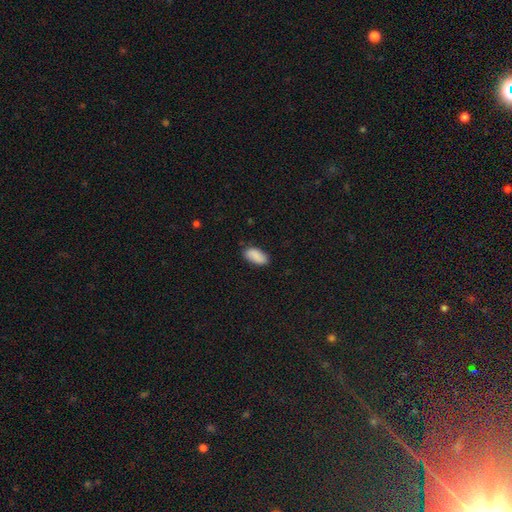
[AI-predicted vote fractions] This is clearly a smooth galaxy (88%). How rounded: clearly in between (92%). Merging: clearly none (84%).